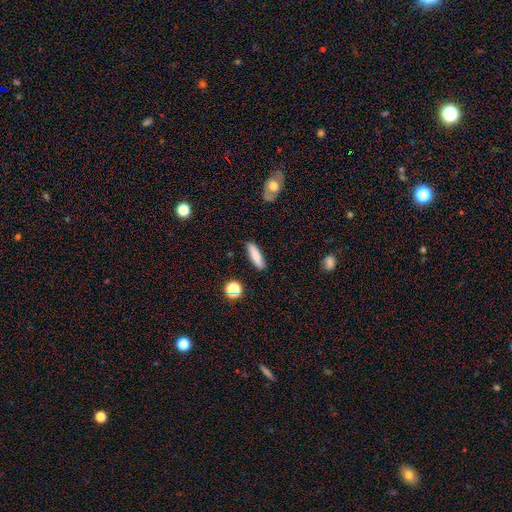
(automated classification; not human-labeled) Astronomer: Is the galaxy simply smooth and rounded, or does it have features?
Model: smooth — 81%.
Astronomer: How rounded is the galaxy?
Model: cigar-shaped — 70%.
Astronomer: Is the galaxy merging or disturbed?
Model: none — 87%.